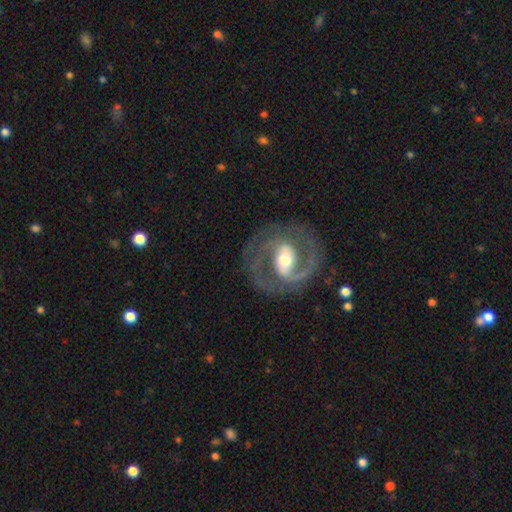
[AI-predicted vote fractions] Smooth or featured?
  - featured or disk: 88% *
  - smooth: 7%
  - star or artifact: 5%
Edge-on disk?
  - no: 97% *
  - yes: 3%
Bar?
  - strong: 45% *
  - weak: 38%
  - no: 17%
Spiral arms?
  - yes: 94% *
  - no: 6%
Spiral winding?
  - medium: 50% *
  - tight: 40%
  - loose: 10%
Spiral arm count?
  - 2: 90% *
  - can't tell: 4%
  - 1: 2%
  - 3: 2%
  - 4: 1%
  - more than 4: 1%
Bulge size?
  - moderate: 64% *
  - small: 24%
  - large: 9%
  - dominant: 1%
  - none: 1%
Merging?
  - none: 82% *
  - minor disturbance: 11%
  - major disturbance: 5%
  - merger: 1%